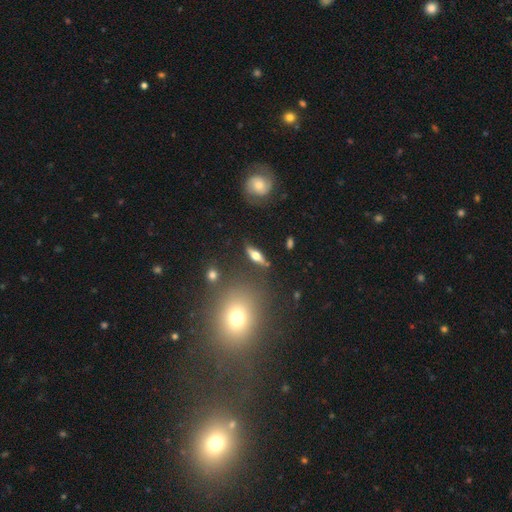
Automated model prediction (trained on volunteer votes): Q: Smooth or featured?
A: featured or disk (57%); runner-up: smooth (35%)
Q: Edge-on disk?
A: yes (90%); runner-up: no (10%)
Q: Edge-on bulge?
A: rounded (94%); runner-up: boxy (4%)
Q: Merging?
A: none (82%); runner-up: minor disturbance (10%)